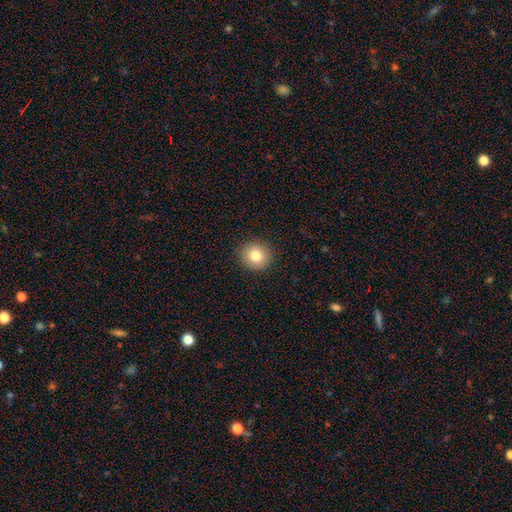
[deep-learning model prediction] Smooth or featured? Predicted: smooth (p=0.82). How rounded? Predicted: round (p=0.90). Merging? Predicted: none (p=0.90).